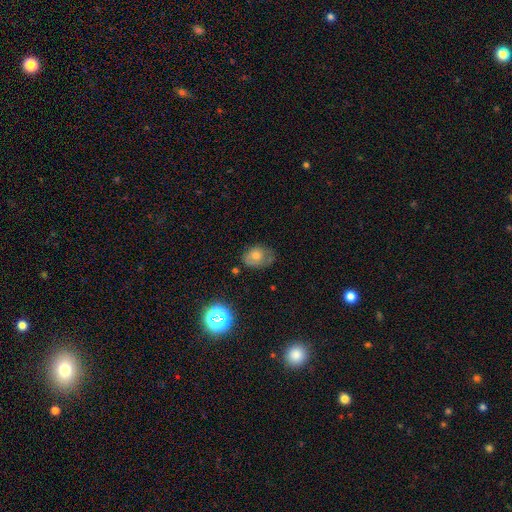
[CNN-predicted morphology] Smooth or featured? smooth (63%)
How rounded? in between (61%)
Merging? none (54%)